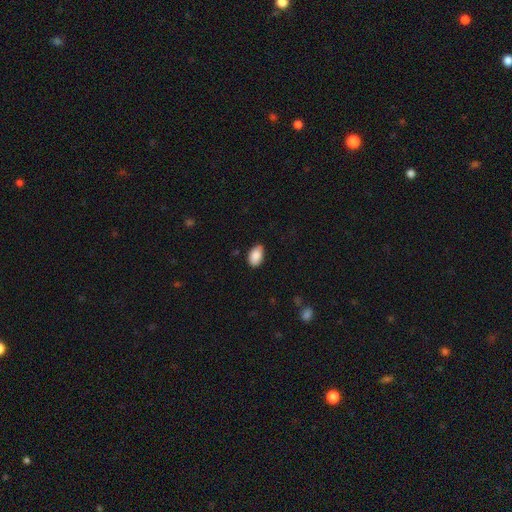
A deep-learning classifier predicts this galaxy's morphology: type=smooth (88%); roundness=in between (92%); merging=none (79%).